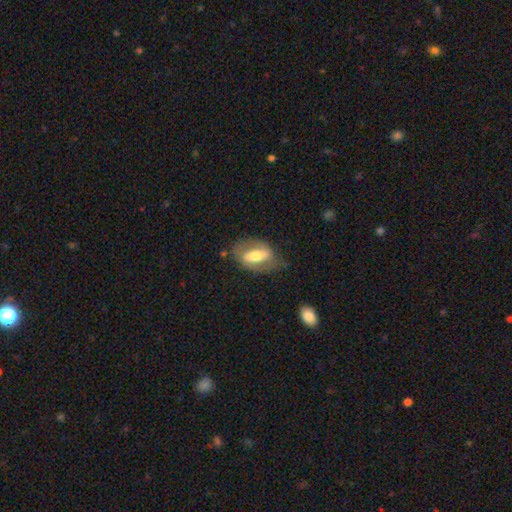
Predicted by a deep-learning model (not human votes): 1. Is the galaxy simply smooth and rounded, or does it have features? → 60% featured or disk, 33% smooth, 6% star or artifact.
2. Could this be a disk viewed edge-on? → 80% no, 20% yes.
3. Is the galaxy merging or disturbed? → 66% none, 21% minor disturbance, 11% major disturbance, 2% merger.